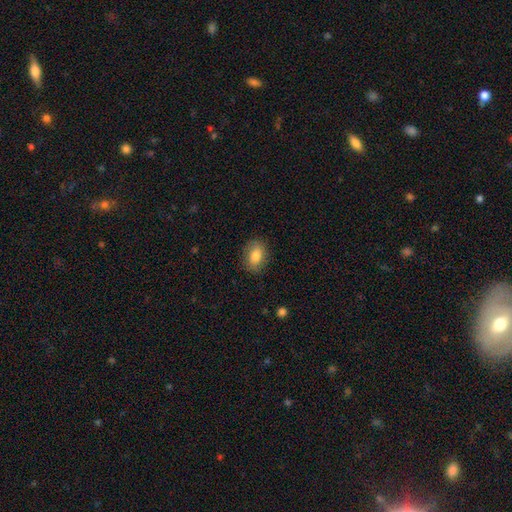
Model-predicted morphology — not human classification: Smooth or featured? smooth (81%)
How rounded? in between (76%)
Merging? none (84%)